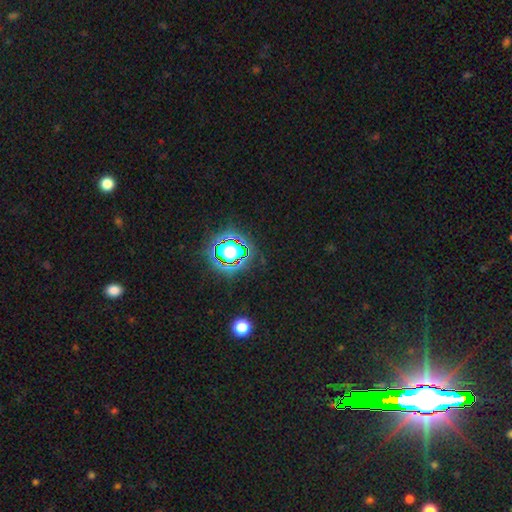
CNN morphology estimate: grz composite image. It shows a star or artifact, not a galaxy (82%).